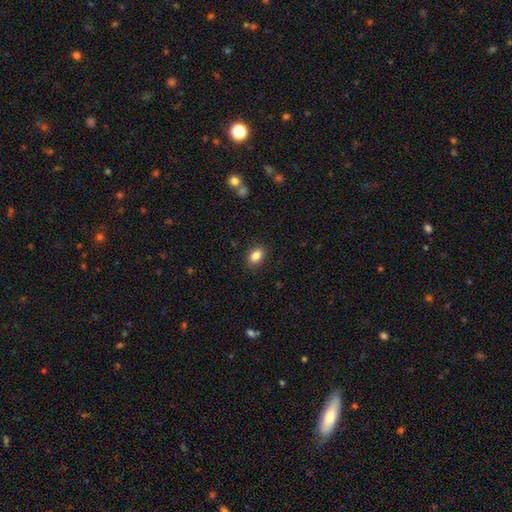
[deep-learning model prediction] smooth_or_featured: smooth (p=0.86) [alt: star or artifact p=0.09]
how_rounded: in between (p=0.81) [alt: round p=0.18]
merging: none (p=0.88) [alt: minor disturbance p=0.09]